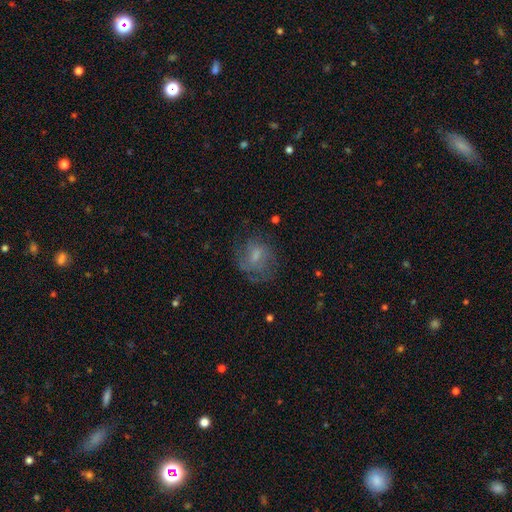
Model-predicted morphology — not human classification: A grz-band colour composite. It shows a featured or disk galaxy (45%). Merging: none (58%).